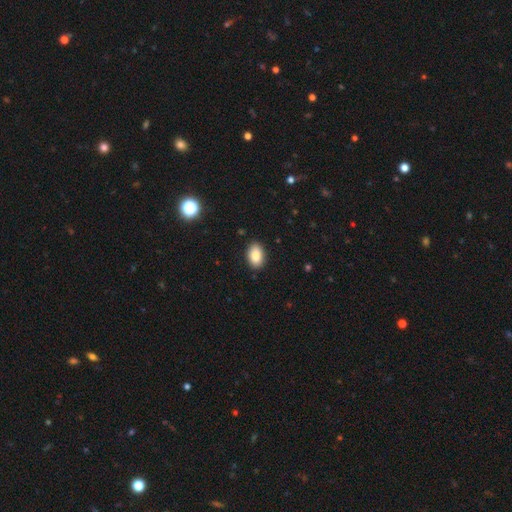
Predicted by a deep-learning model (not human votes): The model was most divided on "smooth or featured": smooth: 84%, star or artifact: 8%, featured or disk: 7%. More confident: merging — none (89%); how rounded — in between (88%).